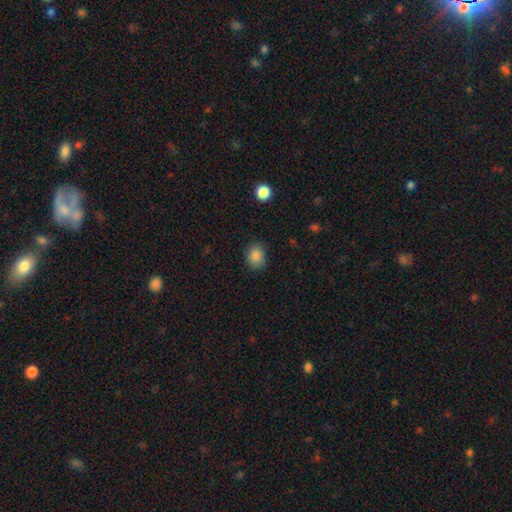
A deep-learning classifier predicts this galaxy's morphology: A smooth galaxy with no disk features (86%) that is round (59%).

Vote fractions:
- Smooth or featured? smooth: 86% / star or artifact: 10% / featured or disk: 4%
- How rounded? round: 59% / in between: 40% / cigar-shaped: 1%
- Merging? none: 84% / minor disturbance: 11% / major disturbance: 3% / merger: 1%